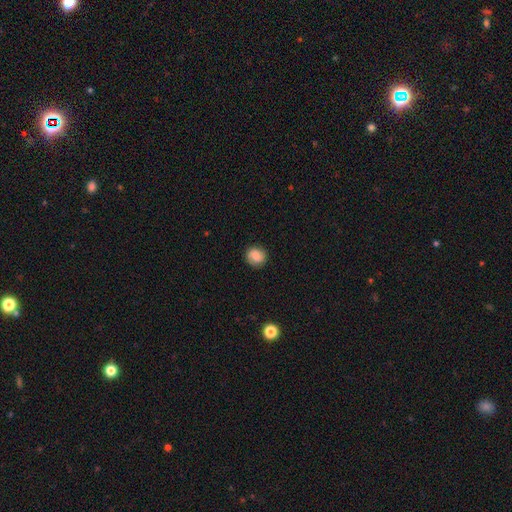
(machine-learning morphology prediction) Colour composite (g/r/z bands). It shows a smooth galaxy with no disk features (78%) that is round (84%). Merging: none (85%).